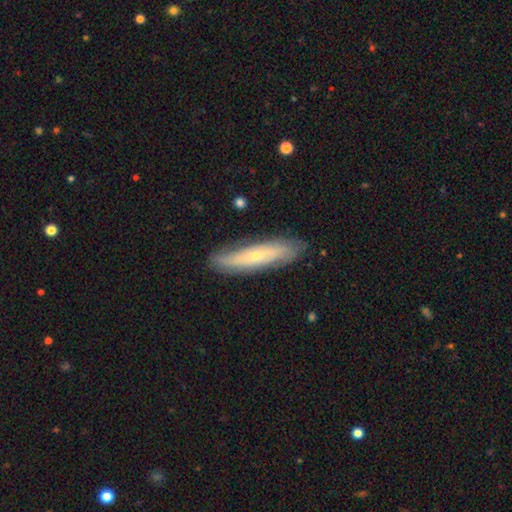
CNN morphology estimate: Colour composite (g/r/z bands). It shows a featured or disk galaxy (55%) viewed edge-on (52%). Merging: none (82%).